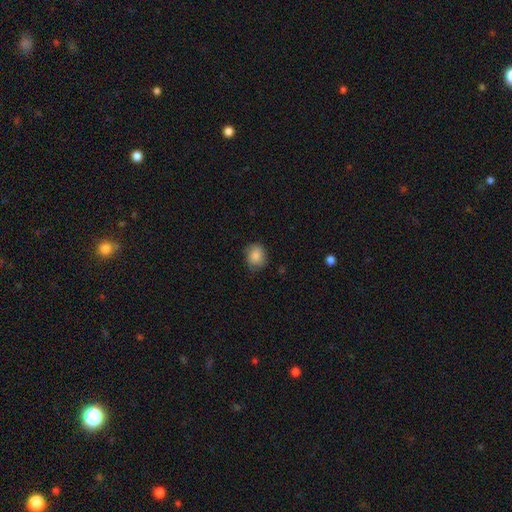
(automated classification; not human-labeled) Smooth or featured? Predicted: smooth (p=0.84). How rounded? Predicted: round (p=0.69). Merging? Predicted: none (p=0.70).